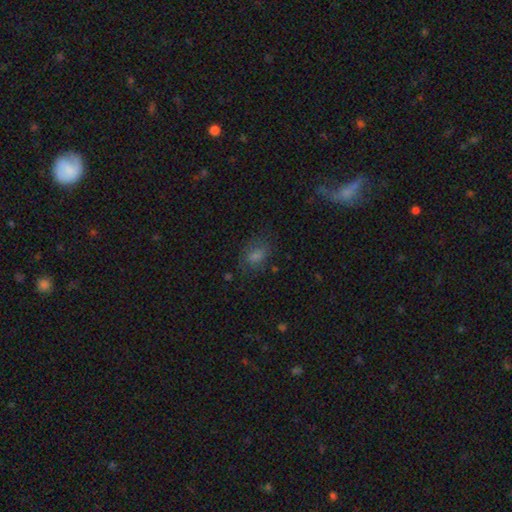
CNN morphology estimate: smooth-or-featured: smooth: 61% | star or artifact: 24% | featured or disk: 15%
  how-rounded: in between: 76% | round: 21% | cigar-shaped: 3%
  merging: none: 69% | minor disturbance: 18% | major disturbance: 10% | merger: 3%